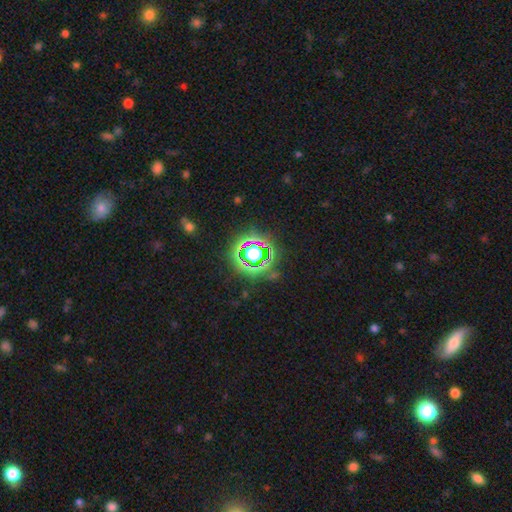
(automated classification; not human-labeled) Overall: star or artifact (69%).